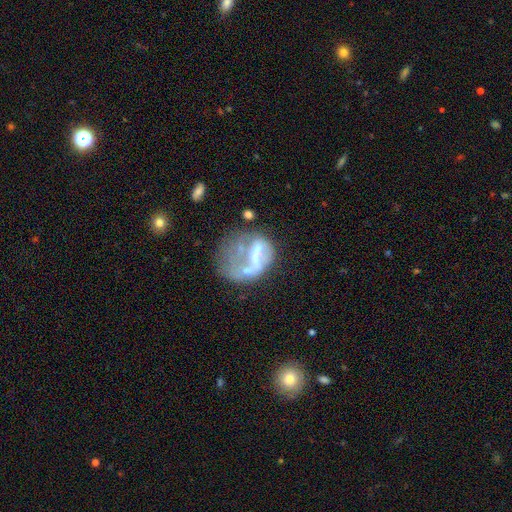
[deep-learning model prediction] This is possibly a featured or disk galaxy (55%). It is clearly not viewed edge-on (97%). Bar: possibly no (55%). Spiral arm pattern: clearly no (81%). Central bulge: possibly none (49%). Merging: marginally major disturbance (43%).